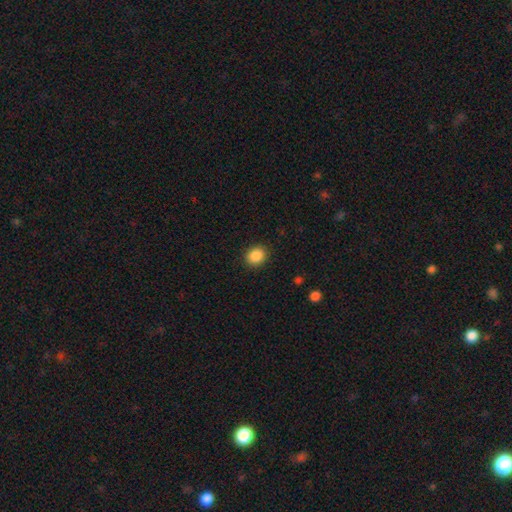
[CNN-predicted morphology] The model was most divided on "how rounded": round: 70%, in between: 29%, cigar-shaped: 1%. More confident: merging — none (90%); smooth or featured — smooth (88%).